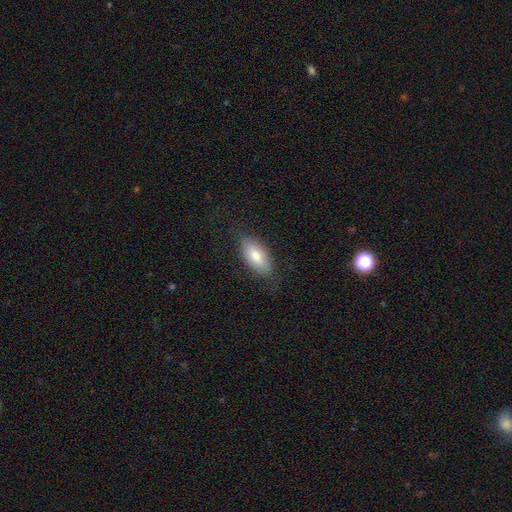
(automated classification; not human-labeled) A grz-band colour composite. It shows a smooth galaxy with no disk features (76%) that is in between round and cigar-shaped (86%). Merging: none (80%).